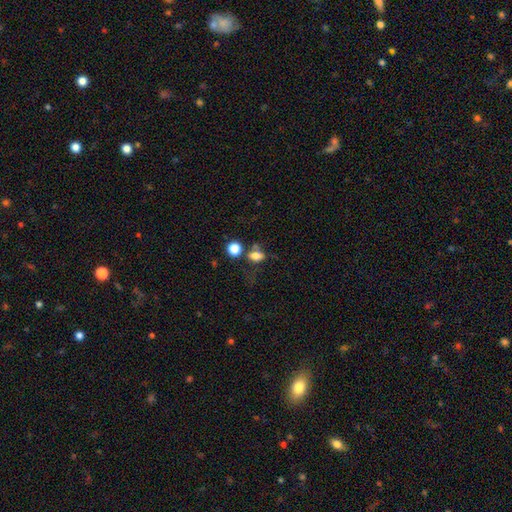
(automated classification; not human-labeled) Morphology: type=smooth (76%); roundness=in between (68%); merging=none (47%).